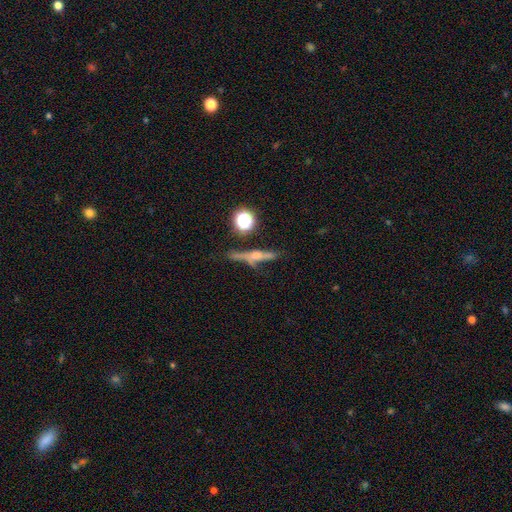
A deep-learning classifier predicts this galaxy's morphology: Q: Smooth or featured?
A: featured or disk (67%); runner-up: smooth (19%)
Q: Edge-on disk?
A: yes (92%); runner-up: no (8%)
Q: Edge-on bulge?
A: rounded (77%); runner-up: none (14%)
Q: Merging?
A: none (73%); runner-up: minor disturbance (14%)